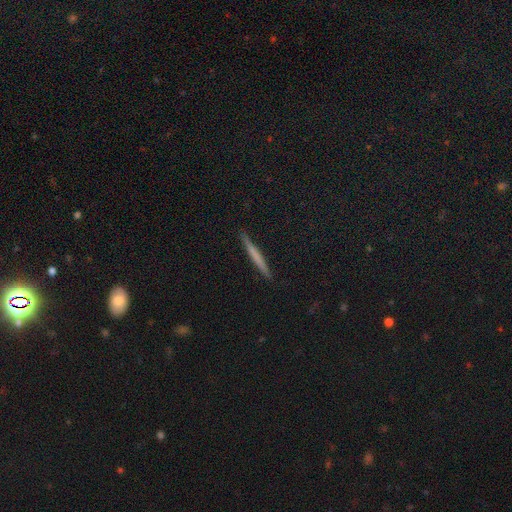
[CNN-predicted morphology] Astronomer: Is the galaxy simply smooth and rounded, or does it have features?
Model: smooth — 56% (runner-up: featured or disk, 38%).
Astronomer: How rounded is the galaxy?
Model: cigar-shaped — 97%.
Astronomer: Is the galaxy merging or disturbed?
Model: none — 91%.